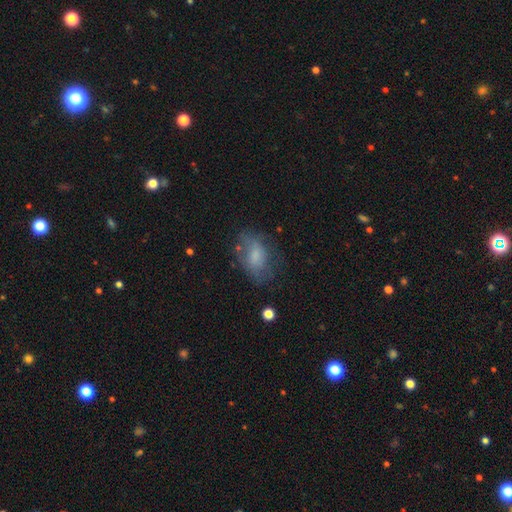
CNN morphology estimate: smooth 65%, featured or disk 25%, star or artifact 9%. Down the decision tree: how rounded — in between (85%); merging — none (56%).